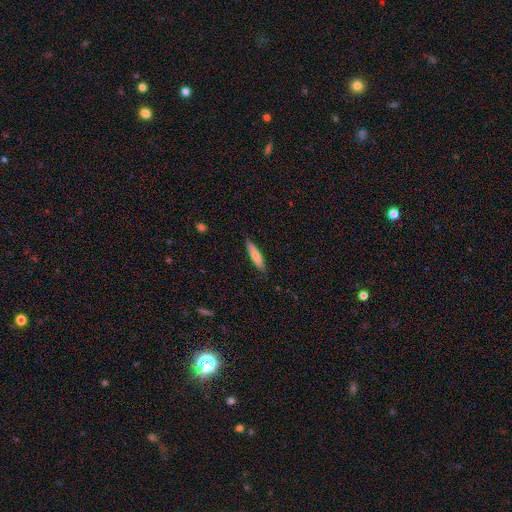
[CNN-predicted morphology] Smooth or featured?
  - smooth: 72% *
  - featured or disk: 22%
  - star or artifact: 6%
How rounded?
  - cigar-shaped: 81% *
  - in between: 18%
  - round: 1%
Merging?
  - none: 86% *
  - minor disturbance: 11%
  - major disturbance: 2%
  - merger: 1%